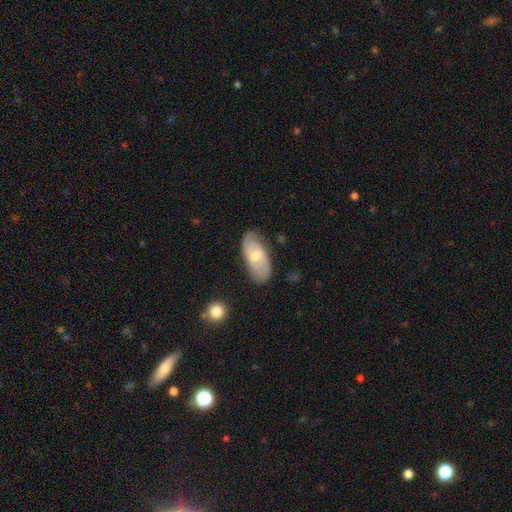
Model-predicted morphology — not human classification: Smooth or featured: smooth — 49% (featured or disk — 45%)
Merging: none — 77% (minor disturbance — 18%)